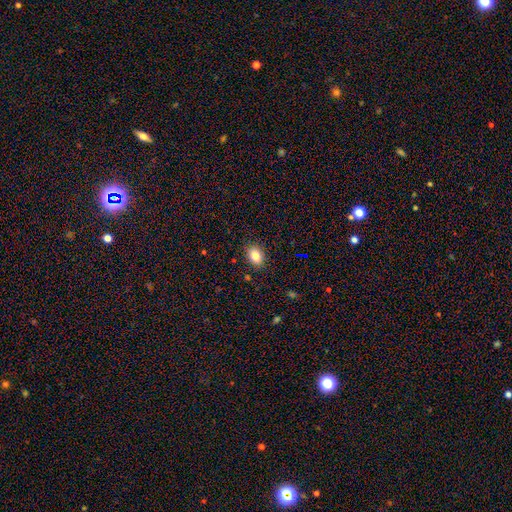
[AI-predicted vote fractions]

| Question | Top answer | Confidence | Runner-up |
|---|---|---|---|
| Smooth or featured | smooth | 83% | star or artifact (9%) |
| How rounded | in between | 76% | round (23%) |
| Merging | none | 87% | minor disturbance (9%) |